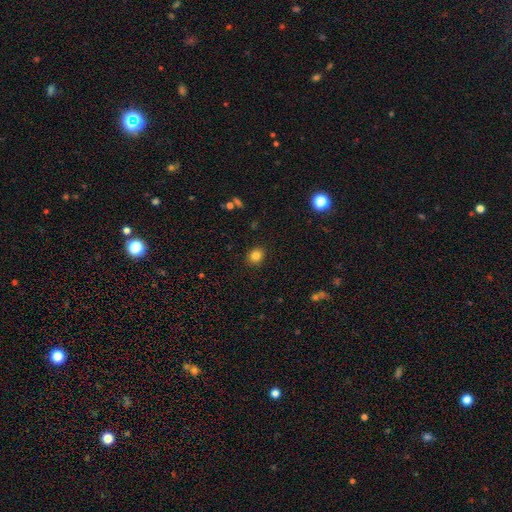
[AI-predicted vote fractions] Morphology: type=smooth (83%); roundness=round (71%); merging=none (90%).